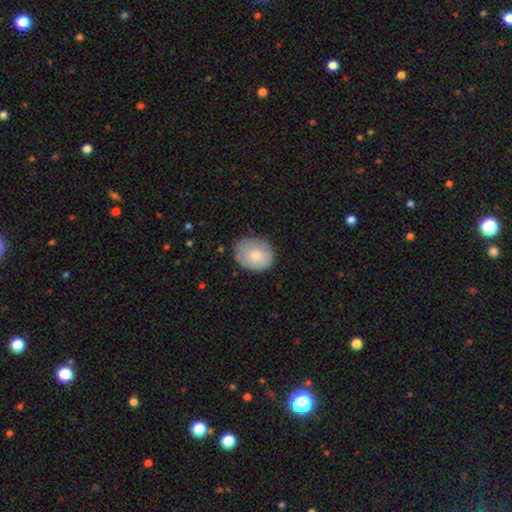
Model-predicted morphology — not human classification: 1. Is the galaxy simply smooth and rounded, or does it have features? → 76% smooth, 17% featured or disk, 7% star or artifact.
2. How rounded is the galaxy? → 54% in between, 45% round, 1% cigar-shaped.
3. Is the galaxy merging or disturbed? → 72% none, 22% minor disturbance, 5% major disturbance, 1% merger.